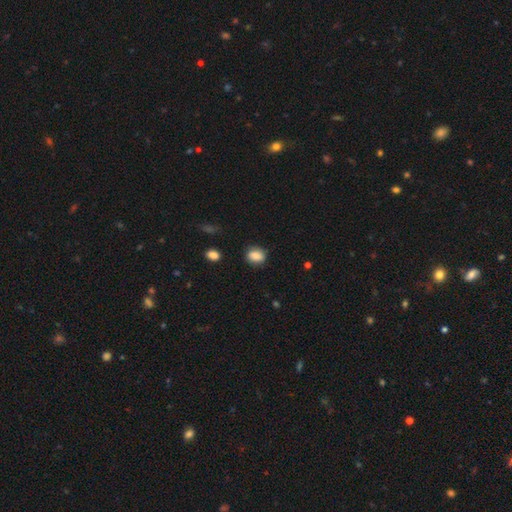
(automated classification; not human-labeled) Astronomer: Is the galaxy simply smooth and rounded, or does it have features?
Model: smooth — 86%.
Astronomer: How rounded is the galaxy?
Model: in between — 61% (runner-up: round, 37%).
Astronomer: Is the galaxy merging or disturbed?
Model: none — 80%.